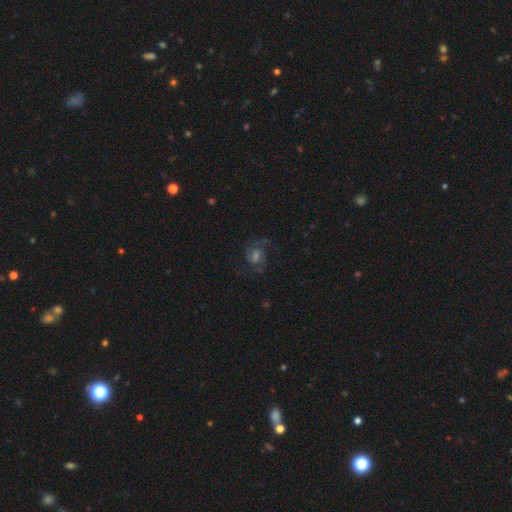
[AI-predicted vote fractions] The model was most divided on "bar": no: 50%, weak: 42%, strong: 8%. Remaining: edge-on disk — no (98%); spiral arms — yes (93%); spiral arm count — 2 (80%); smooth or featured — featured or disk (69%); merging — none (68%); spiral winding — medium (52%); bulge size — moderate (43%).